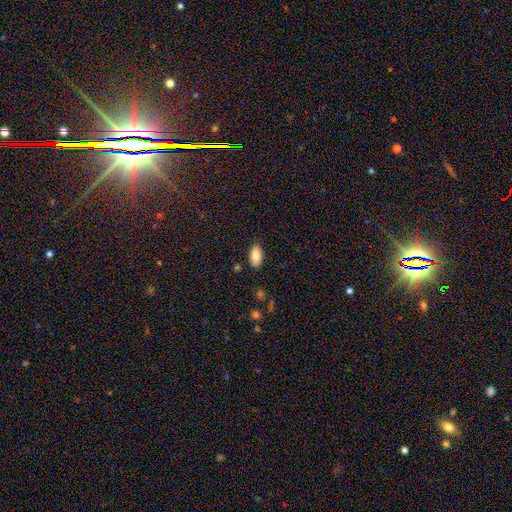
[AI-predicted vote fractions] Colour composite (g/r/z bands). It shows a smooth galaxy with no disk features (81%) that is in between round and cigar-shaped (90%). Merging: none (84%).